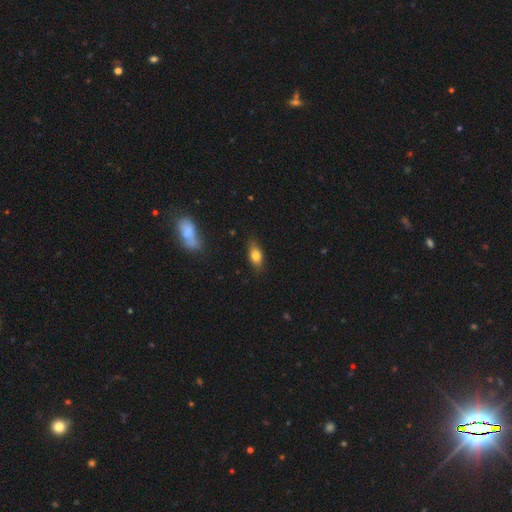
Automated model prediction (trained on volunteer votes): Morphology: type=smooth (77%); roundness=in between (81%); merging=none (80%).